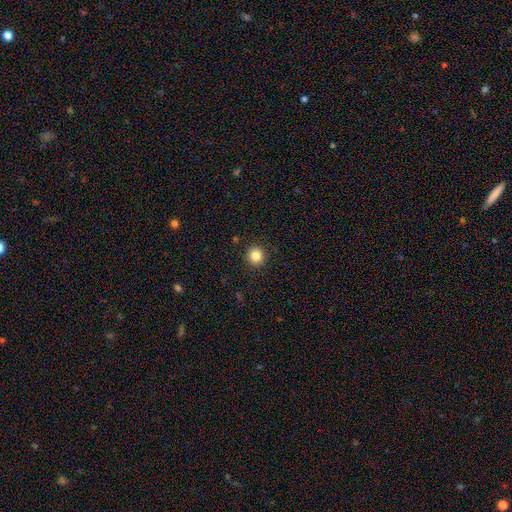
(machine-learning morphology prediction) Smooth or featured? Predicted: smooth (p=0.84). How rounded? Predicted: round (p=0.93). Merging? Predicted: none (p=0.92).